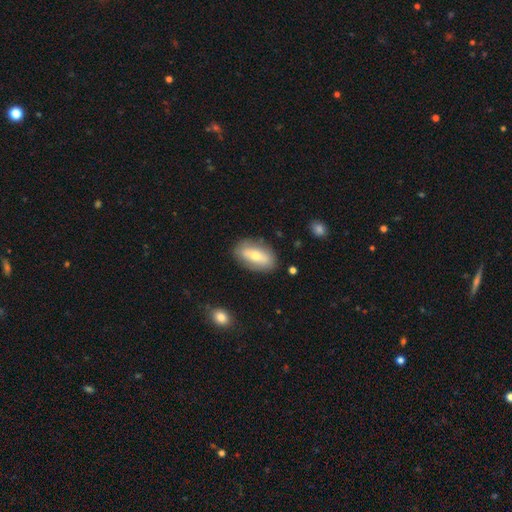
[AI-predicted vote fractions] Smooth or featured? Predicted: smooth (p=0.57). How rounded? Predicted: in between (p=0.86). Merging? Predicted: none (p=0.82).